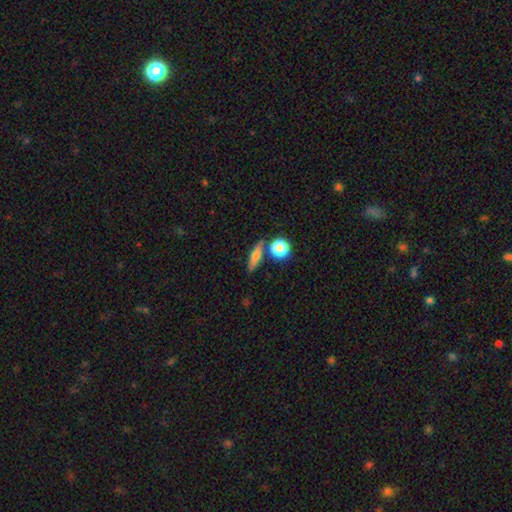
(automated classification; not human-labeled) The model was most divided on "how rounded": cigar-shaped: 51%, in between: 28%, round: 22%. More confident: merging — none (76%); smooth or featured — smooth (58%).